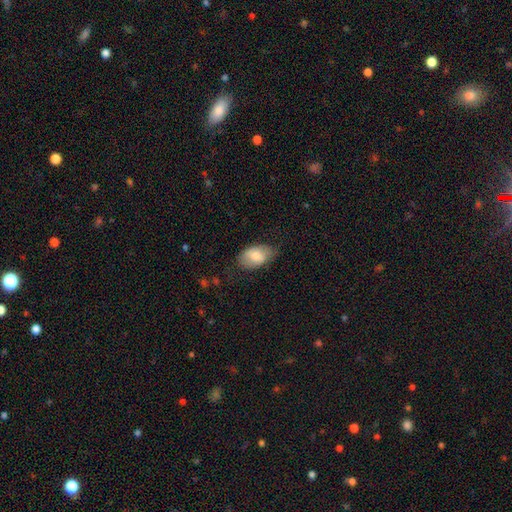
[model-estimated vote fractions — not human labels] Morphology: type=smooth (75%); roundness=in between (92%); merging=none (68%).